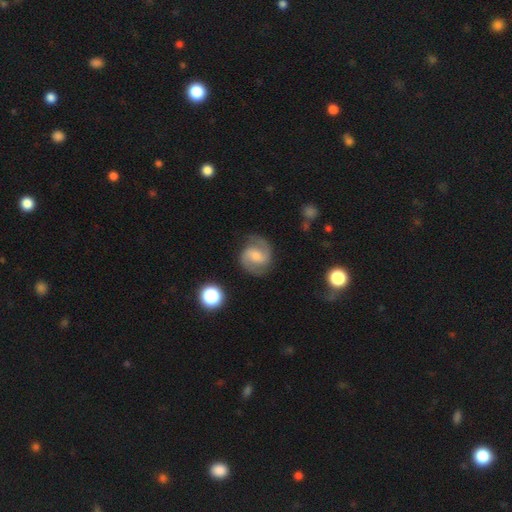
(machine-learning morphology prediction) This is likely a featured or disk galaxy (79%). It is clearly not viewed edge-on (98%). Bar: possibly weak (51%). Spiral arm pattern: clearly yes (95%). Spiral arm count: clearly 2 (91%). Spiral winding: possibly medium (54%). Central bulge: possibly moderate (46%). Merging: clearly none (81%).